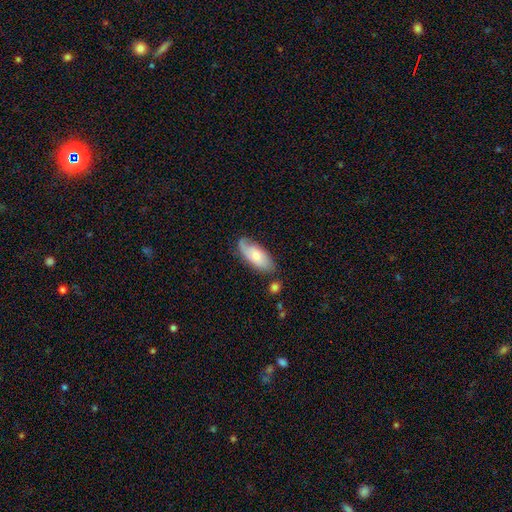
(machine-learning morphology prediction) A smooth galaxy with no disk features (62%) that is in between round and cigar-shaped (84%).

Vote fractions:
- Smooth or featured? smooth: 62% / featured or disk: 33% / star or artifact: 6%
- How rounded? in between: 84% / cigar-shaped: 13% / round: 2%
- Merging? none: 65% / minor disturbance: 24% / major disturbance: 6% / merger: 5%